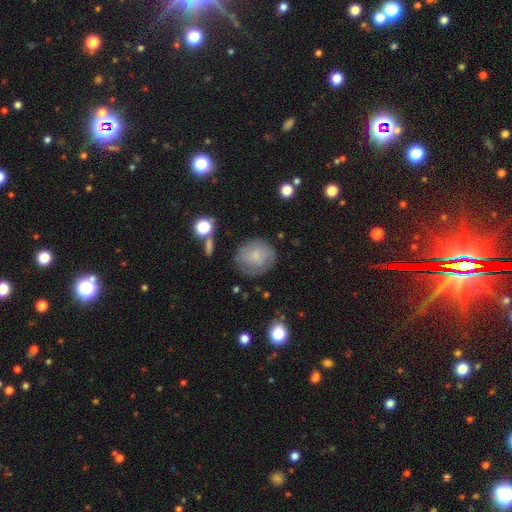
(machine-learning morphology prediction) This is possibly a smooth galaxy (60%). How rounded: clearly round (80%). Merging: likely none (73%).